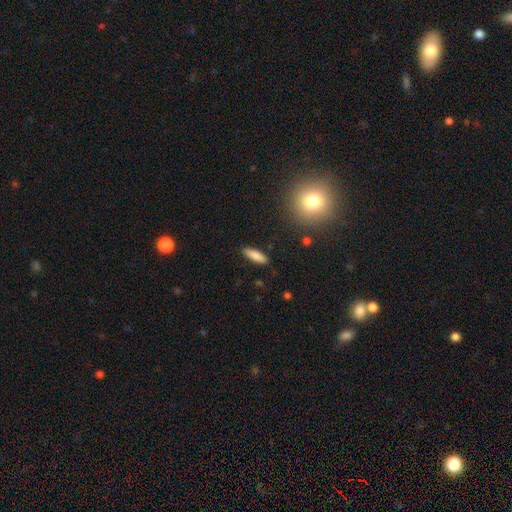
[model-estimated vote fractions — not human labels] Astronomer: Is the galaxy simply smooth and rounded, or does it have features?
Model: smooth — 82%.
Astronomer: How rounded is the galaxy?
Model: cigar-shaped — 52% (runner-up: in between, 45%).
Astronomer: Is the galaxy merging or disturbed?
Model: none — 89%.